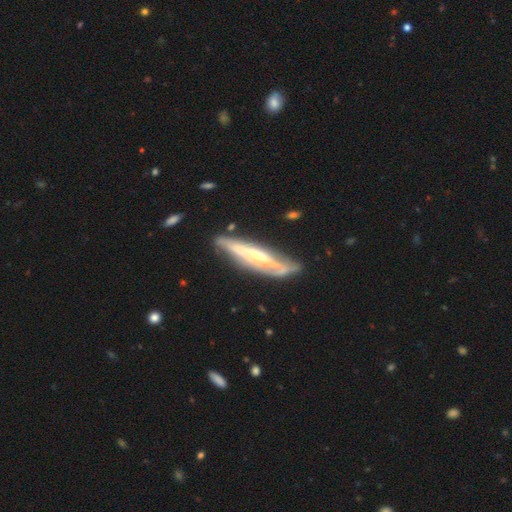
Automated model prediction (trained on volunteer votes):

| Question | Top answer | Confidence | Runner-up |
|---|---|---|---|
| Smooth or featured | featured or disk | 70% | smooth (25%) |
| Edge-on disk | yes | 63% | no (37%) |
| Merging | none | 71% | minor disturbance (20%) |